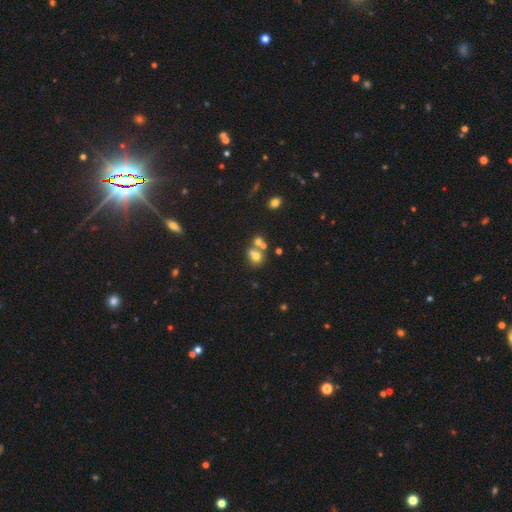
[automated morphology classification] This is likely a smooth galaxy (65%). How rounded: likely round (67%). Merging: possibly merger (47%).